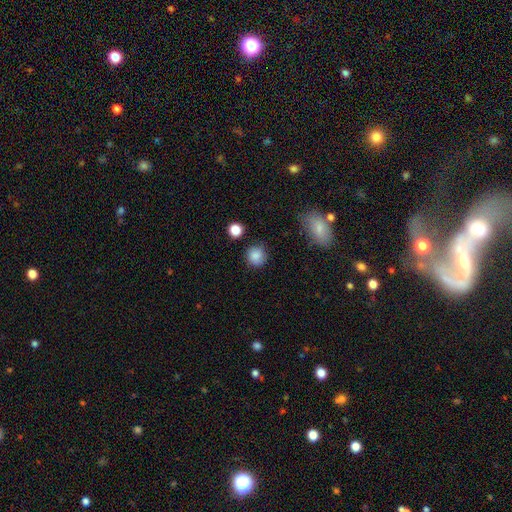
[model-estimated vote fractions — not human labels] Smooth or featured?
  - smooth: 84% *
  - star or artifact: 9%
  - featured or disk: 6%
How rounded?
  - round: 89% *
  - in between: 10%
  - cigar-shaped: 1%
Merging?
  - none: 82% *
  - minor disturbance: 12%
  - major disturbance: 3%
  - merger: 3%